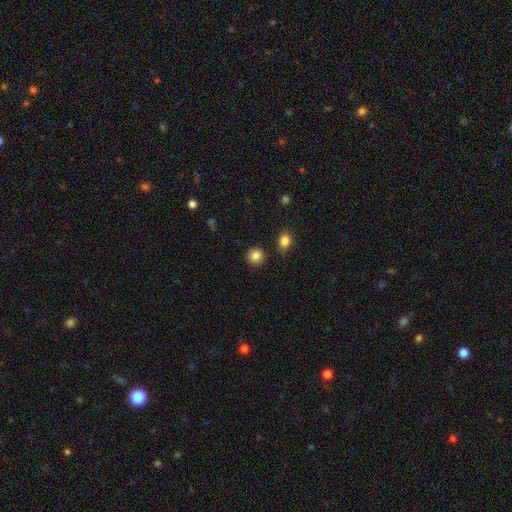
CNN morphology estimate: Smooth or featured: smooth — 86% (star or artifact — 9%)
How rounded: round — 88% (in between — 10%)
Merging: none — 86% (minor disturbance — 8%)